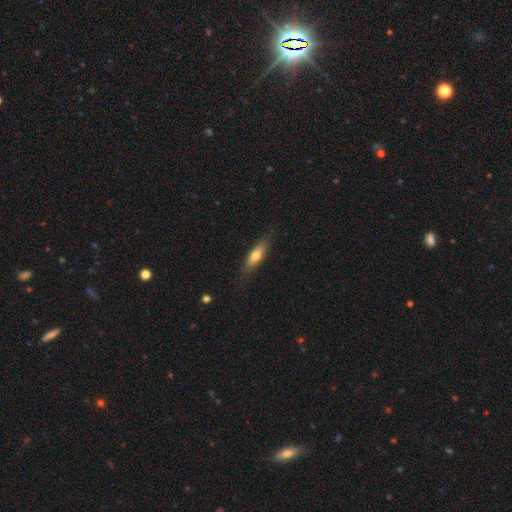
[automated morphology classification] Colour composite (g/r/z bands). It shows a smooth galaxy with no disk features (64%) that is cigar-shaped (55%). Merging: none (81%).